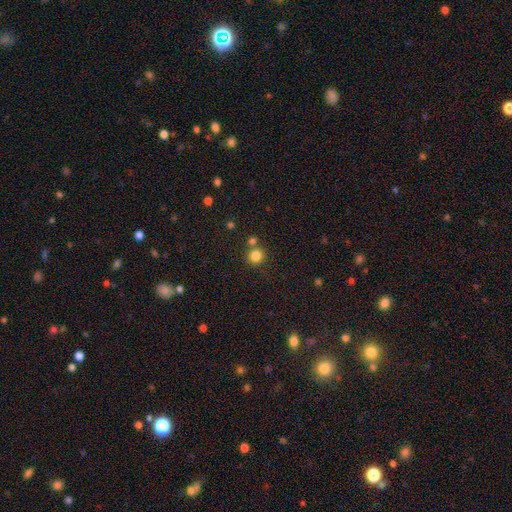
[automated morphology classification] type=smooth (82%); roundness=round (91%); merging=none (71%).